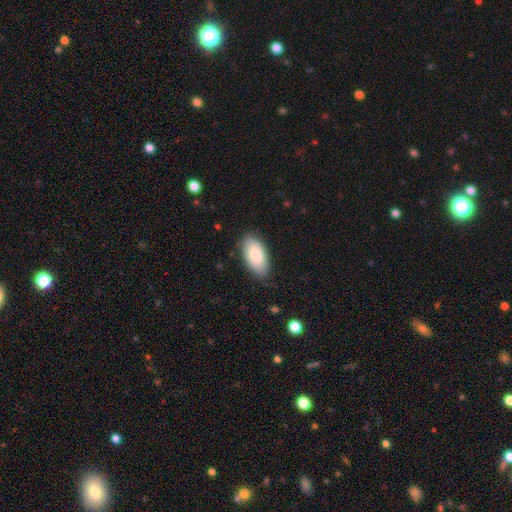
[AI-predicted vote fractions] Smooth or featured? Predicted: smooth (p=0.84). How rounded? Predicted: in between (p=0.94). Merging? Predicted: none (p=0.83).